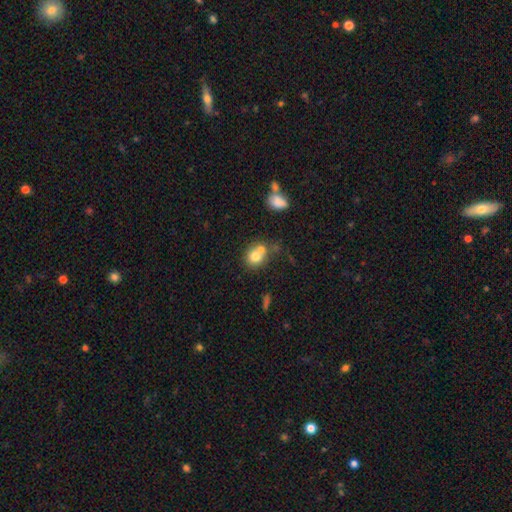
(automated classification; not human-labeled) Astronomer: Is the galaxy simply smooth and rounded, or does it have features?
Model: smooth — 74%.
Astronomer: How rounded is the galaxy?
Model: round — 72%.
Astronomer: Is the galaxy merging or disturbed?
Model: merger — 47% (runner-up: none, 39%).